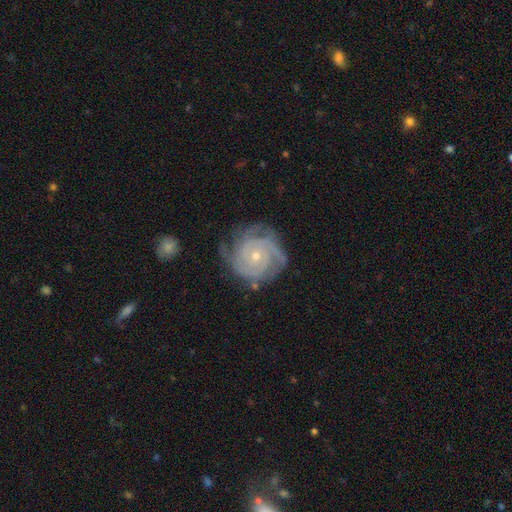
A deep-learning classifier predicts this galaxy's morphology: A featured or disk galaxy (90%) with no bar (76%), 3 (36%) tight (77%) spiral arms (98%) and a small central bulge (69%). Merging: none (75%).